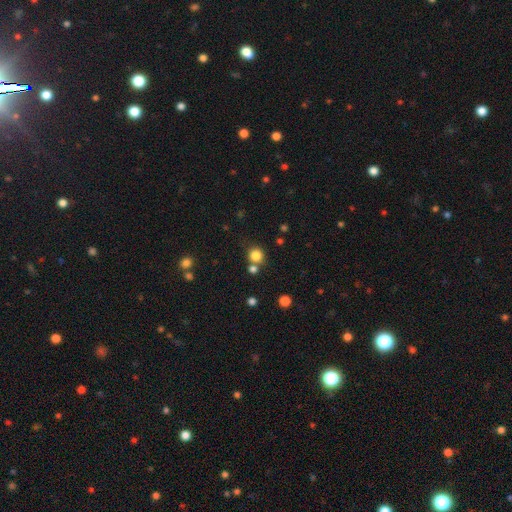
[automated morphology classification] Overall: smooth (82%). How rounded: round (90%). Merging: none (70%).